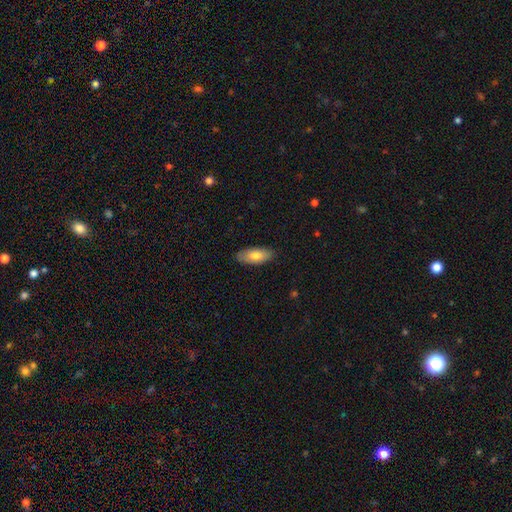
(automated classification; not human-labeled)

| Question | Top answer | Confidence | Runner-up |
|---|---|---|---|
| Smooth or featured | smooth | 79% | featured or disk (15%) |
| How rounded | in between | 86% | cigar-shaped (12%) |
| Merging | none | 87% | minor disturbance (10%) |